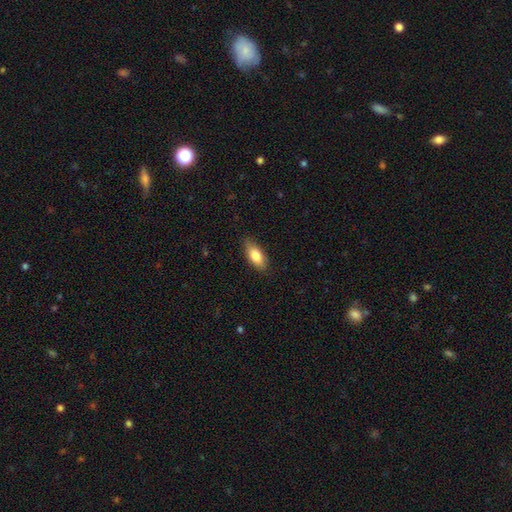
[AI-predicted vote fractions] A smooth galaxy with no disk features (79%) that is in between round and cigar-shaped (83%). Merging: none (82%).